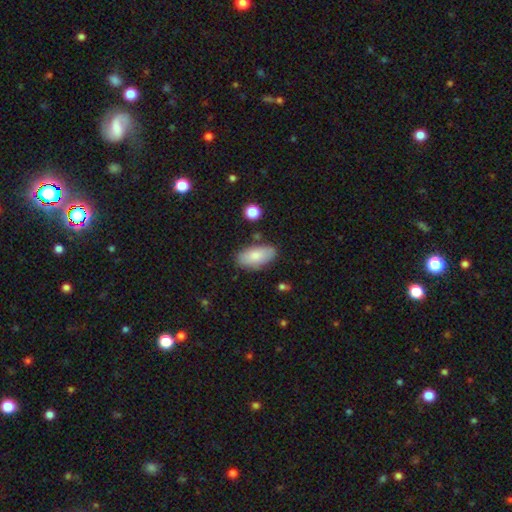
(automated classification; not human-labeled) smooth-or-featured: smooth: 78% | featured or disk: 15% | star or artifact: 6%
  how-rounded: in between: 93% | cigar-shaped: 4% | round: 3%
  merging: none: 79% | minor disturbance: 14% | merger: 3% | major disturbance: 3%